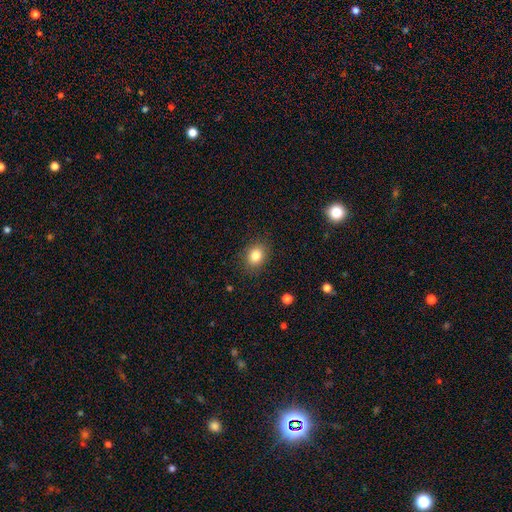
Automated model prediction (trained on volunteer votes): smooth-or-featured: smooth: 83% | star or artifact: 10% | featured or disk: 7%
  how-rounded: in between: 54% | round: 45% | cigar-shaped: 1%
  merging: none: 86% | minor disturbance: 10% | major disturbance: 3% | merger: 1%